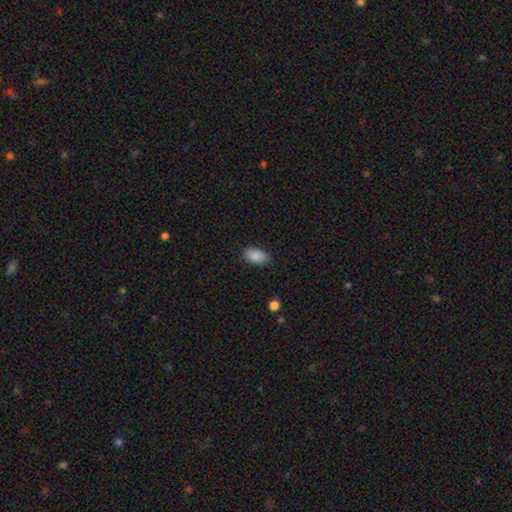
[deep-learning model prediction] This appears to be a smooth galaxy with no disk features (89%) that is in between round and cigar-shaped (93%). Merging: none (86%).